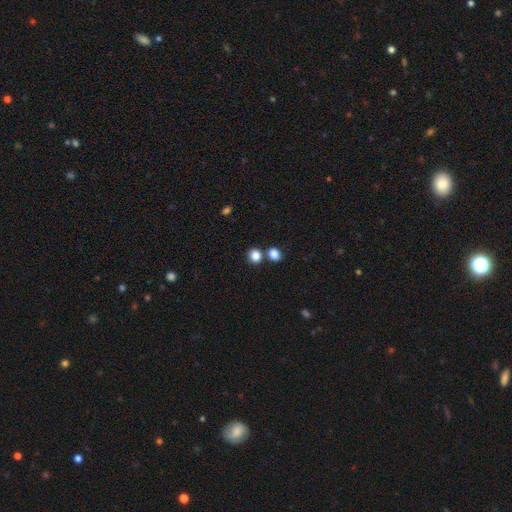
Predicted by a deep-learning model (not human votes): A smooth galaxy with no disk features (84%) that is round (77%).

Vote fractions:
- Smooth or featured? smooth: 84% / star or artifact: 11% / featured or disk: 5%
- How rounded? round: 77% / in between: 22% / cigar-shaped: 1%
- Merging? none: 65% / merger: 25% / minor disturbance: 8% / major disturbance: 3%